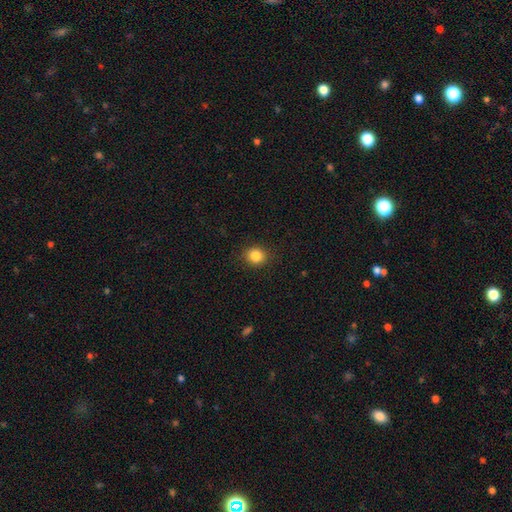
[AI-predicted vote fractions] smooth 84%, star or artifact 11%, featured or disk 5%. Down the decision tree: how rounded — round (81%); merging — none (90%).